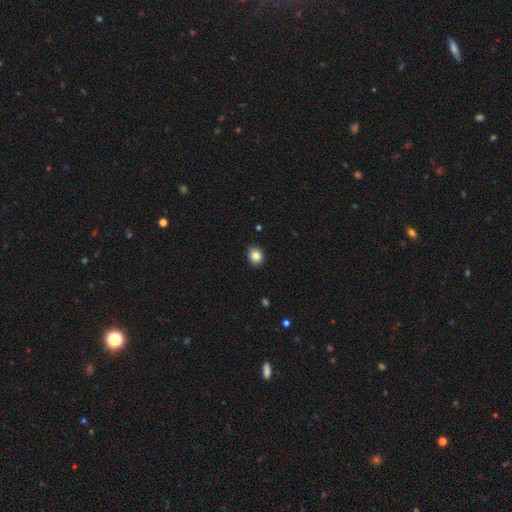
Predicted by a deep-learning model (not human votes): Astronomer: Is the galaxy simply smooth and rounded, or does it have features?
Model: smooth — 85%.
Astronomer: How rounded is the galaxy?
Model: round — 56% (runner-up: in between, 43%).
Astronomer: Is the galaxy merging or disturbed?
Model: none — 89%.